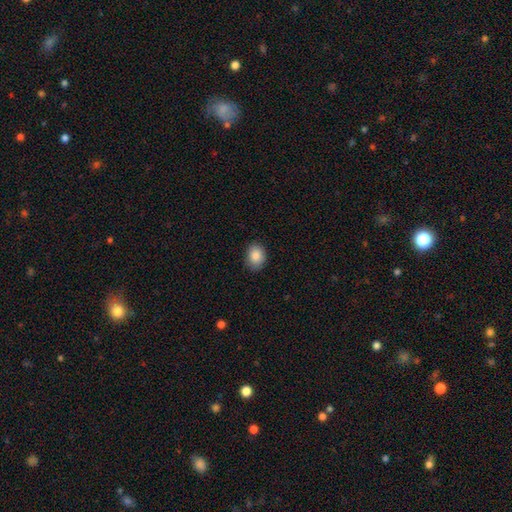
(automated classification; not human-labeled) This is clearly a smooth galaxy (87%). How rounded: possibly in between (59%). Merging: clearly none (83%).